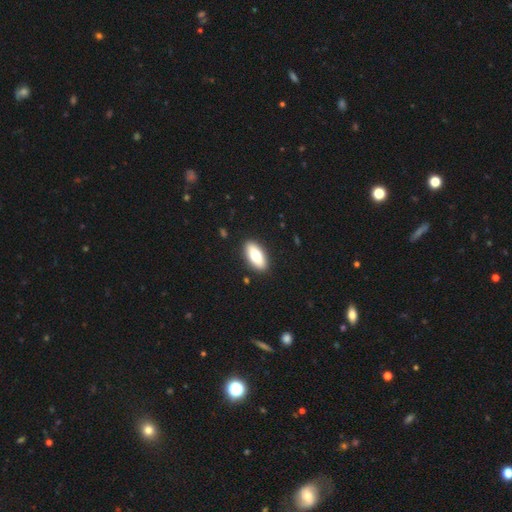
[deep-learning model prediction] Q: Smooth or featured?
A: smooth (72%); runner-up: featured or disk (22%)
Q: How rounded?
A: in between (87%); runner-up: cigar-shaped (11%)
Q: Merging?
A: none (90%); runner-up: minor disturbance (7%)